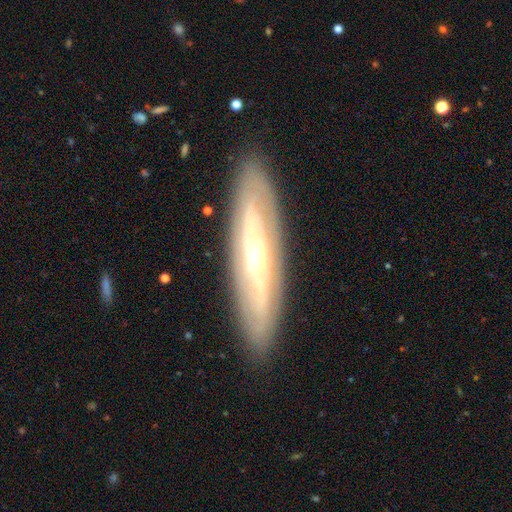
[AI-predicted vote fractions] Morphology: type=featured or disk (74%); edge-on=no (60%); merging=none (87%).